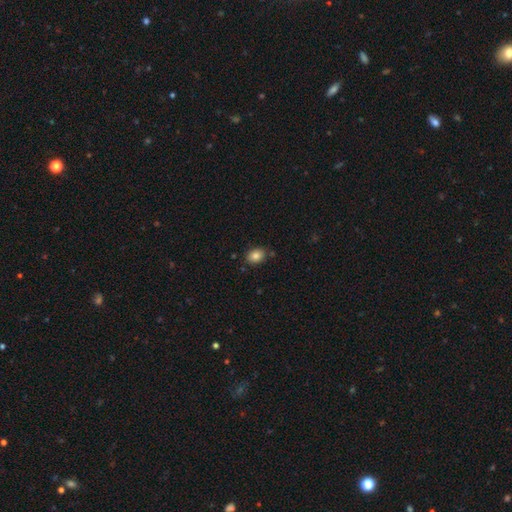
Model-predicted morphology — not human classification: This appears to be a smooth galaxy with no disk features (84%) that is in between round and cigar-shaped (69%). Merging: none (82%).